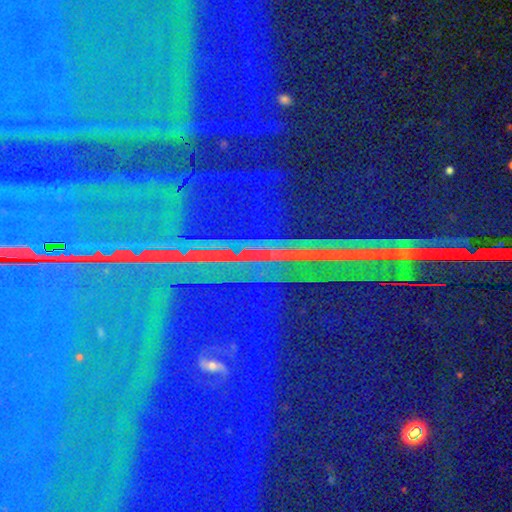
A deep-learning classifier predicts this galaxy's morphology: Smooth or featured? Predicted: star or artifact (p=0.89).